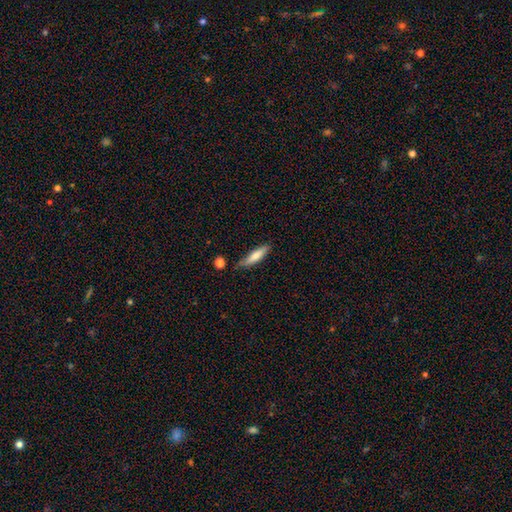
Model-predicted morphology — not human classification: Smooth or featured: smooth — 69% (featured or disk — 25%)
How rounded: cigar-shaped — 74% (in between — 24%)
Merging: none — 70% (minor disturbance — 21%)